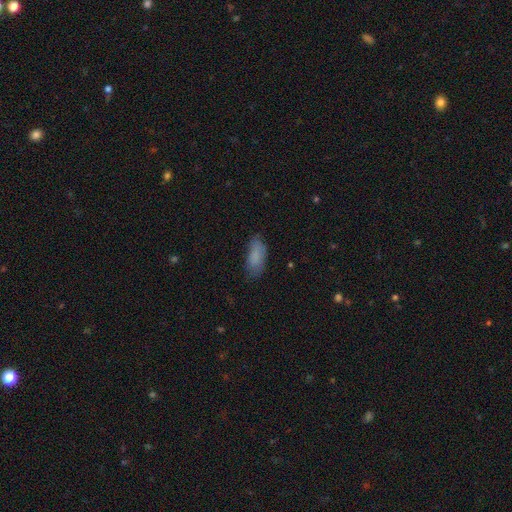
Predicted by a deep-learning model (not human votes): Smooth or featured? Predicted: smooth (p=0.84). How rounded? Predicted: in between (p=0.82). Merging? Predicted: none (p=0.73).